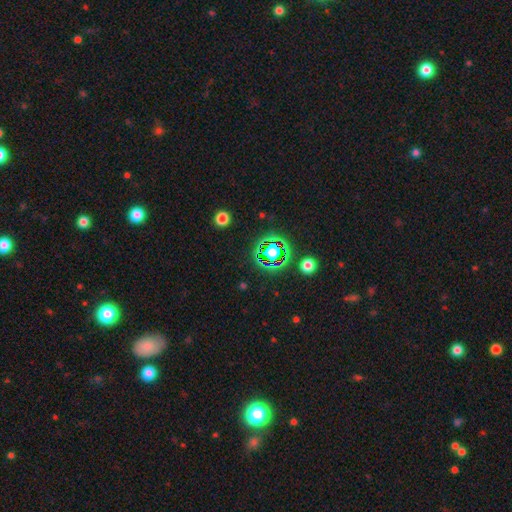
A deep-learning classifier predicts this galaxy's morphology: A star or artifact, not a galaxy (76%).